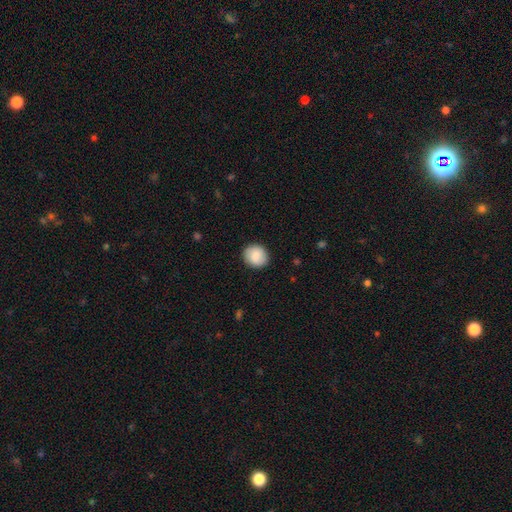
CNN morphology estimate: Q: Smooth or featured?
A: smooth (83%); runner-up: featured or disk (10%)
Q: How rounded?
A: round (81%); runner-up: in between (18%)
Q: Merging?
A: none (88%); runner-up: minor disturbance (9%)